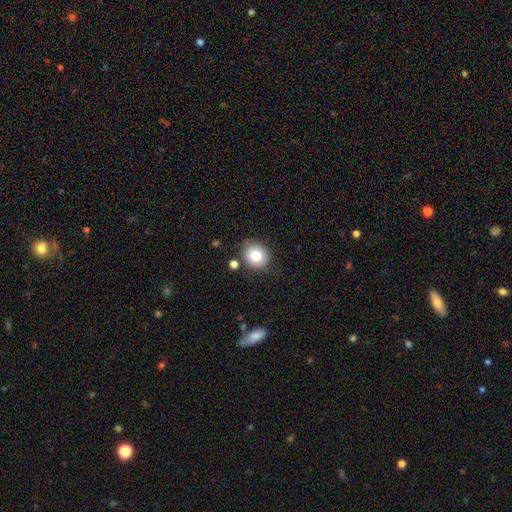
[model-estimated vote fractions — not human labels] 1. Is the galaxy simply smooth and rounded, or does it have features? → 79% smooth, 11% star or artifact, 10% featured or disk.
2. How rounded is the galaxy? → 77% round, 22% in between, 1% cigar-shaped.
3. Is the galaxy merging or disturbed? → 79% none, 12% minor disturbance, 5% merger, 3% major disturbance.